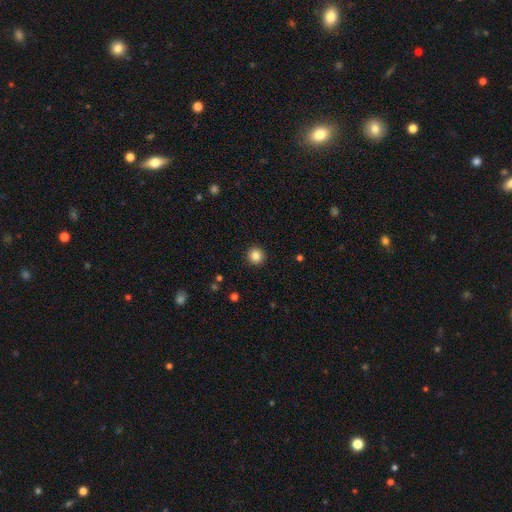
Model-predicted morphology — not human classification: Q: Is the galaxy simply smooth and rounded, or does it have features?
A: smooth — 86%.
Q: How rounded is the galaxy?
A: round — 95%.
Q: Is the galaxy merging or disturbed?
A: none — 93%.